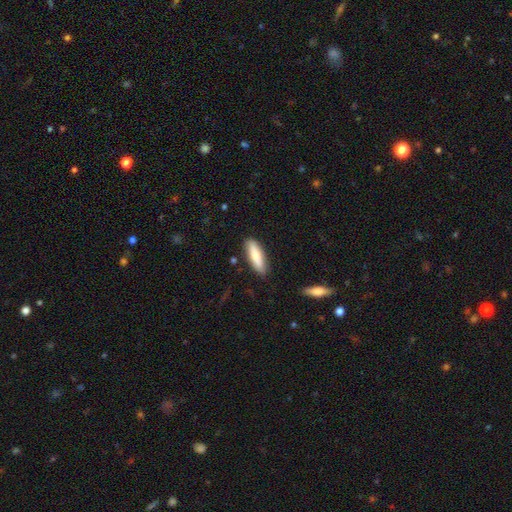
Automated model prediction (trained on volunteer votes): Smooth or featured?
  - smooth: 72% *
  - featured or disk: 23%
  - star or artifact: 6%
How rounded?
  - cigar-shaped: 52% *
  - in between: 47%
  - round: 2%
Merging?
  - none: 84% *
  - minor disturbance: 12%
  - major disturbance: 2%
  - merger: 2%